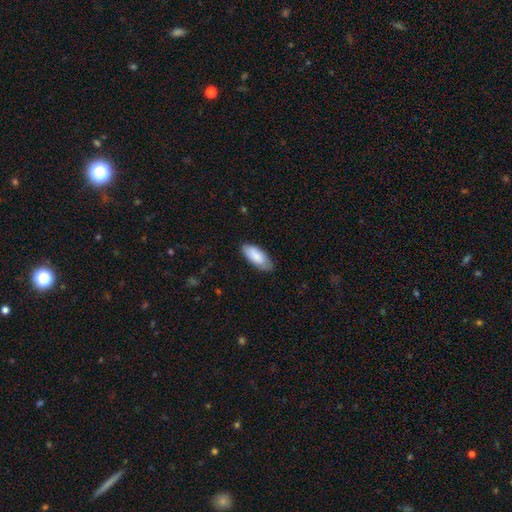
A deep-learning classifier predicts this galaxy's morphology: Smooth or featured? Predicted: smooth (p=0.86). How rounded? Predicted: in between (p=0.84). Merging? Predicted: none (p=0.81).